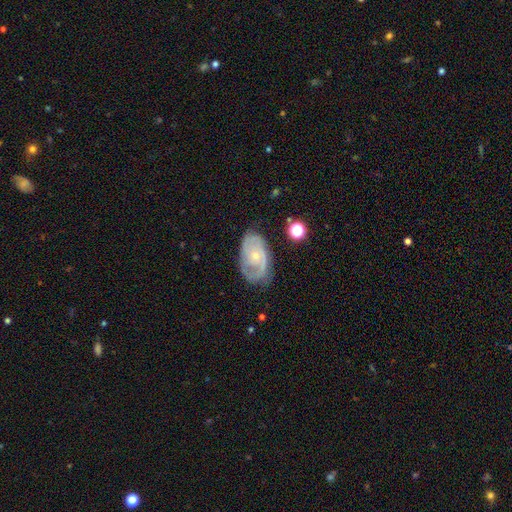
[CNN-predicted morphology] Smooth or featured? featured or disk (79%)
Edge-on disk? no (96%)
Bar? no (74%)
Spiral arms? yes (91%)
Spiral winding? tight (49%)
Spiral arm count? 2 (49%)
Bulge size? small (74%)
Merging? none (65%)